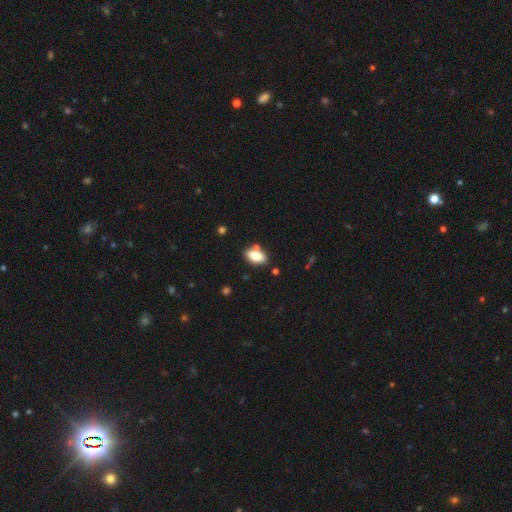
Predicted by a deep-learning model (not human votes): A smooth galaxy with no disk features (80%) that is in between round and cigar-shaped (90%). Merging: none (73%).